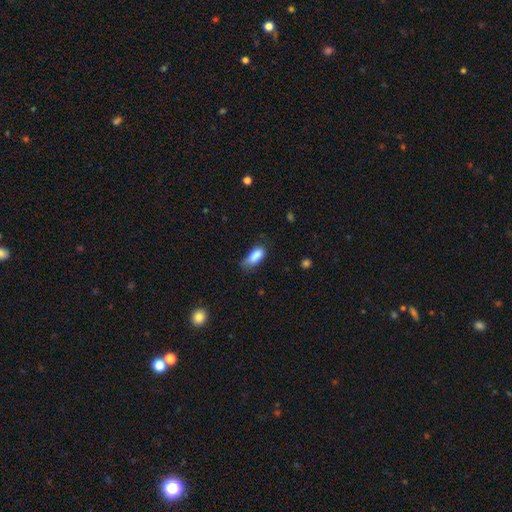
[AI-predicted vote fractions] smooth 85%, star or artifact 8%, featured or disk 7%. Down the decision tree: how rounded — in between (83%); merging — none (45%).